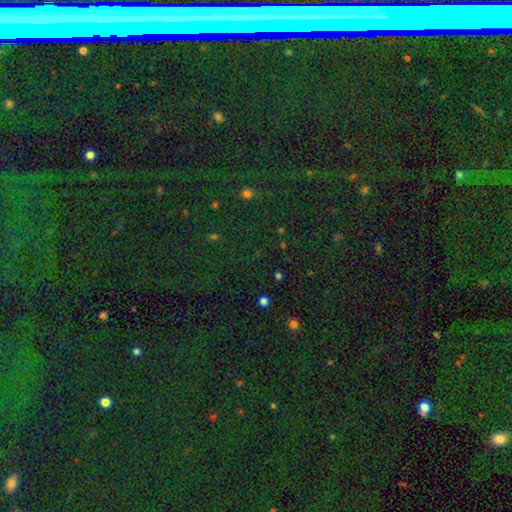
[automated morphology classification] Overall: star or artifact (80%).